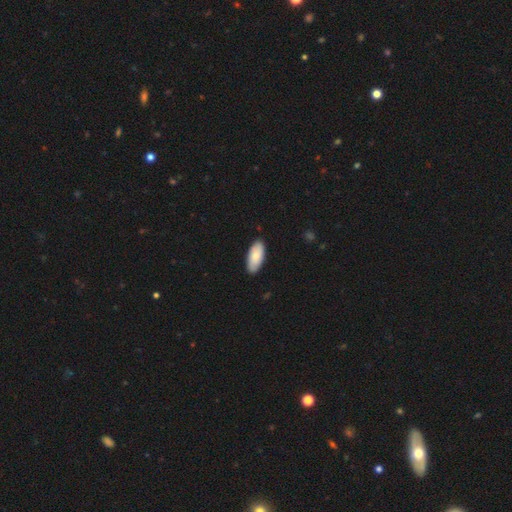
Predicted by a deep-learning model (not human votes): A smooth galaxy with no disk features (79%) that is in between round and cigar-shaped (90%).

Vote fractions:
- Smooth or featured? smooth: 79% / featured or disk: 16% / star or artifact: 5%
- How rounded? in between: 90% / cigar-shaped: 8% / round: 2%
- Merging? none: 88% / minor disturbance: 9% / major disturbance: 2% / merger: 1%